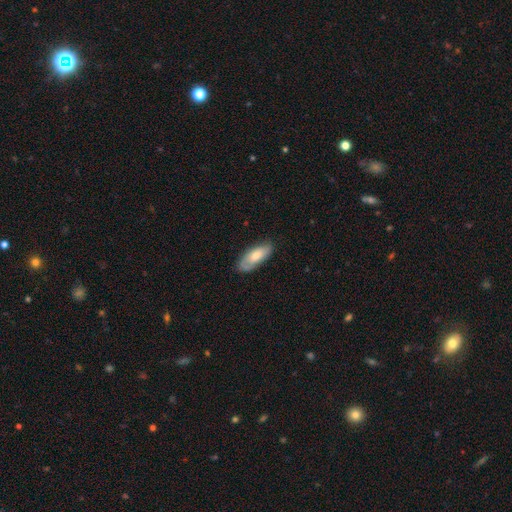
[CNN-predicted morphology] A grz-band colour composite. It shows a smooth galaxy with no disk features (66%) that is in between round and cigar-shaped (80%). Merging: none (76%).